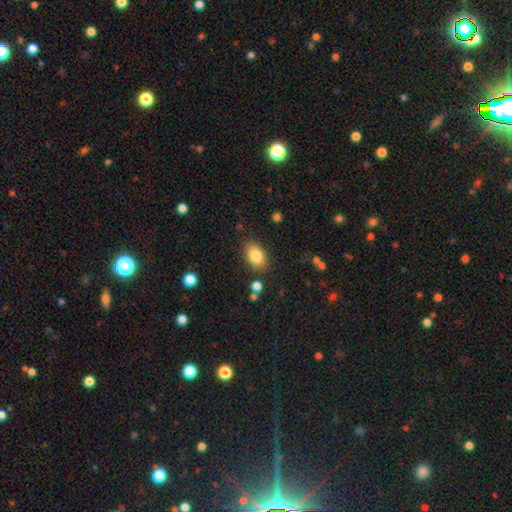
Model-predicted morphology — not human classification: Overall: smooth (83%). How rounded: in between (88%). Merging: none (83%).